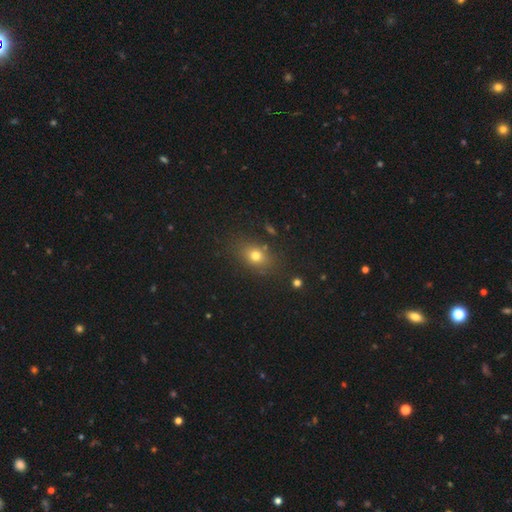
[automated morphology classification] Smooth or featured?
  - smooth: 73% *
  - star or artifact: 15%
  - featured or disk: 11%
How rounded?
  - in between: 62% *
  - round: 36%
  - cigar-shaped: 2%
Merging?
  - none: 80% *
  - minor disturbance: 13%
  - major disturbance: 4%
  - merger: 4%